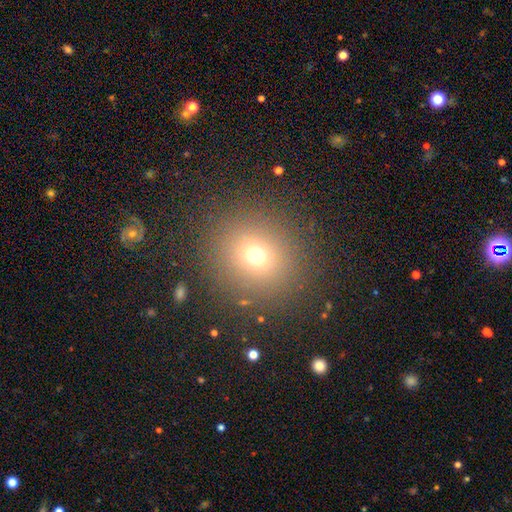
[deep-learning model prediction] smooth-or-featured: smooth: 69% | star or artifact: 22% | featured or disk: 9%
  how-rounded: round: 90% | in between: 9% | cigar-shaped: 1%
  merging: none: 87% | minor disturbance: 7% | major disturbance: 4% | merger: 2%